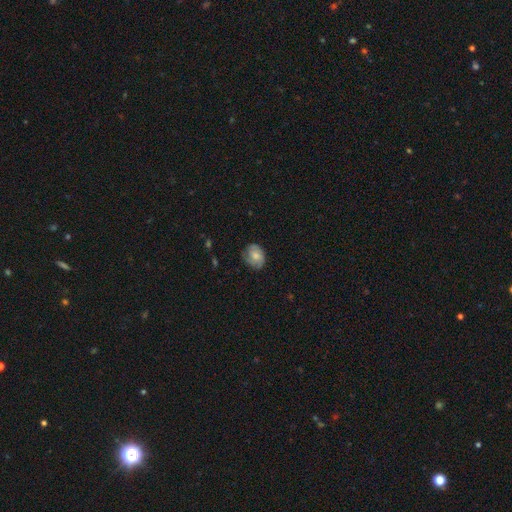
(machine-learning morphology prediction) Smooth or featured? smooth (59%)
How rounded? round (55%)
Merging? none (70%)